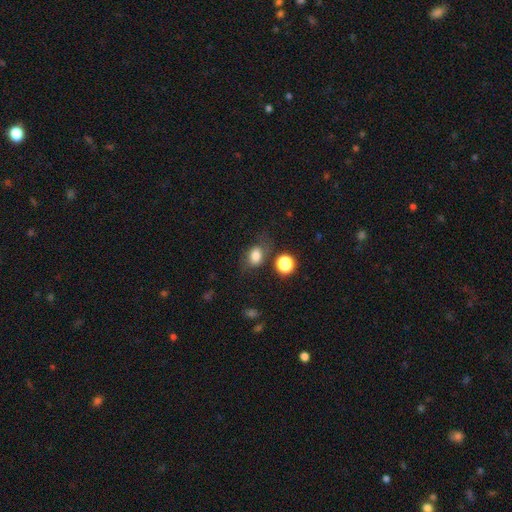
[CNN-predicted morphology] smooth_or_featured: smooth (p=0.77) [alt: star or artifact p=0.12]
how_rounded: in between (p=0.67) [alt: round p=0.31]
merging: none (p=0.59) [alt: minor disturbance p=0.22]